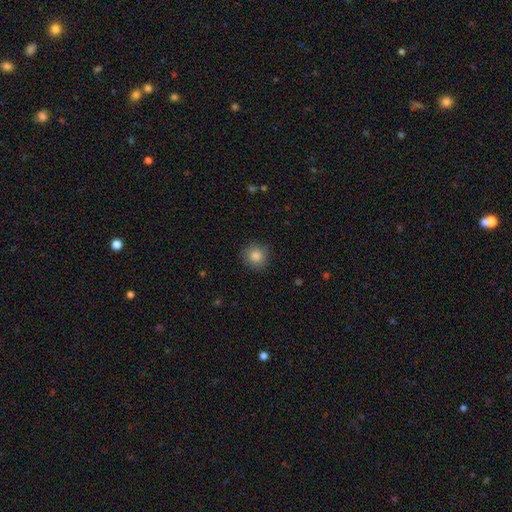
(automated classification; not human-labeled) This is clearly a smooth galaxy (85%). How rounded: clearly round (91%). Merging: clearly none (87%).